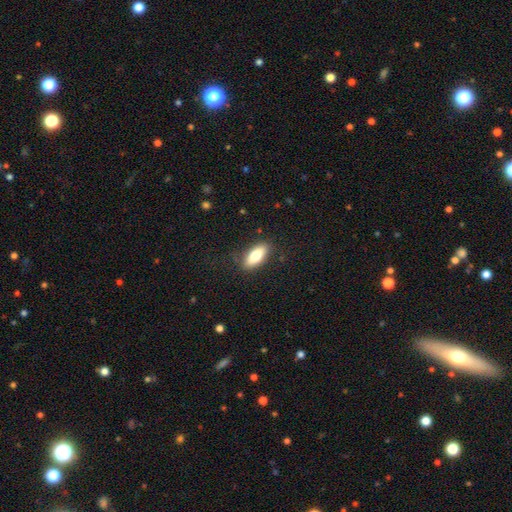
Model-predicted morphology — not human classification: type=smooth (76%); roundness=in between (80%); merging=none (83%).